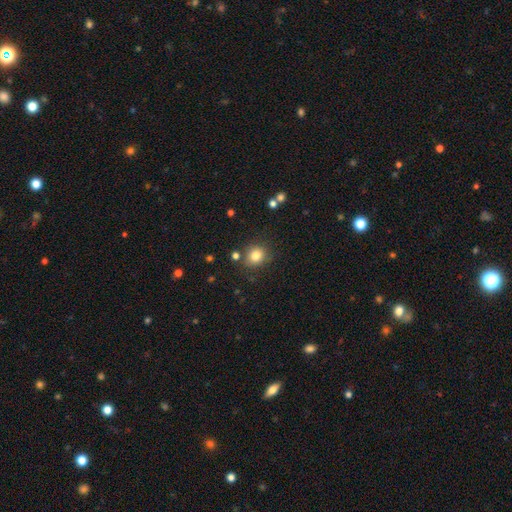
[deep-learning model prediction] Smooth or featured? Predicted: smooth (p=0.82). How rounded? Predicted: round (p=0.78). Merging? Predicted: none (p=0.81).